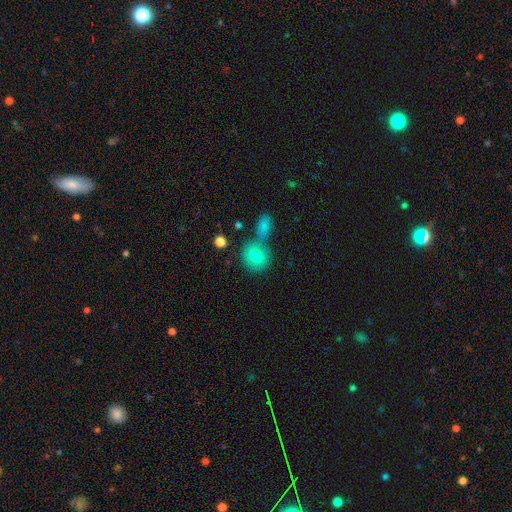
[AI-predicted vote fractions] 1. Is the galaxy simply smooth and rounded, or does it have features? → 79% smooth, 12% featured or disk, 9% star or artifact.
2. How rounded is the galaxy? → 73% round, 26% in between, 2% cigar-shaped.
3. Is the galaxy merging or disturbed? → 45% none, 42% merger, 10% minor disturbance, 4% major disturbance.